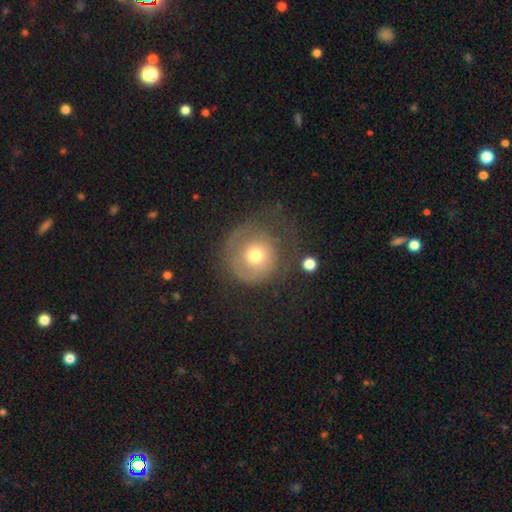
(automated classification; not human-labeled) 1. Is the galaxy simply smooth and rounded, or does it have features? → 54% smooth, 36% featured or disk, 9% star or artifact.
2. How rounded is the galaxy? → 92% round, 7% in between, 1% cigar-shaped.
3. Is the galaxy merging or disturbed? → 48% none, 30% major disturbance, 19% minor disturbance, 3% merger.